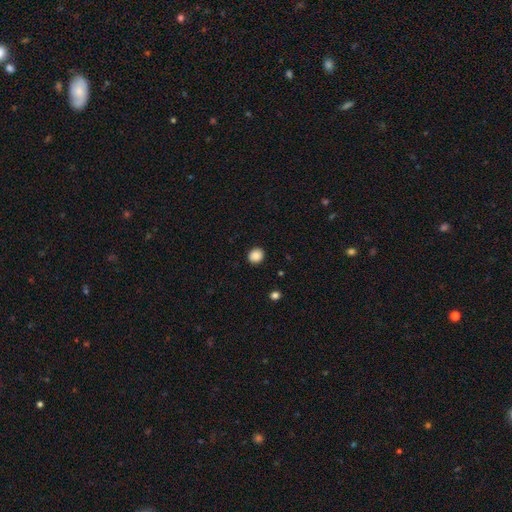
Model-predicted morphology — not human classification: The model was most divided on "how rounded": round: 79%, in between: 20%, cigar-shaped: 1%. More confident: merging — none (91%); smooth or featured — smooth (88%).